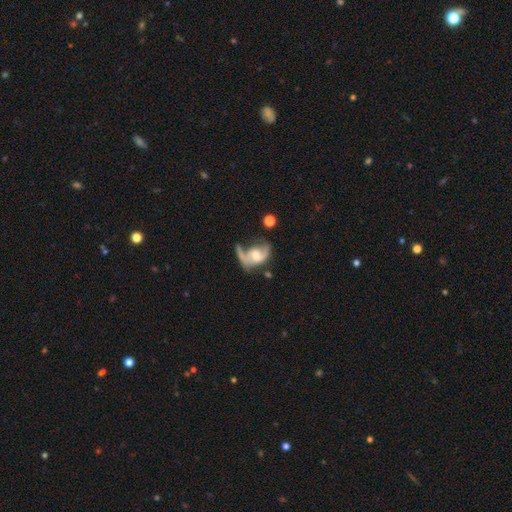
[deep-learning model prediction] This appears to be a featured or disk galaxy (69%) with no bar (54%), 2 (60%) loose (52%) spiral arms (77%) and a moderate central bulge (52%). Merging: major disturbance (35%).